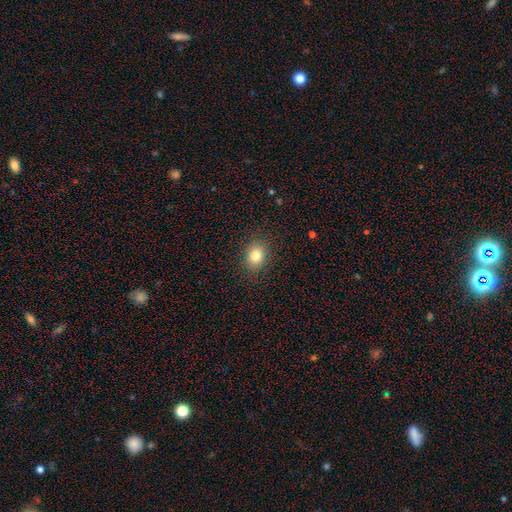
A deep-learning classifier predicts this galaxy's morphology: Smooth or featured? smooth (81%)
How rounded? round (54%)
Merging? none (88%)